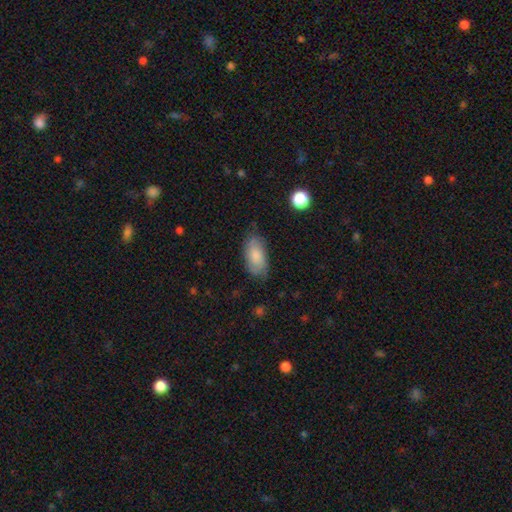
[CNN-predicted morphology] Smooth or featured? smooth (80%)
How rounded? in between (92%)
Merging? none (74%)